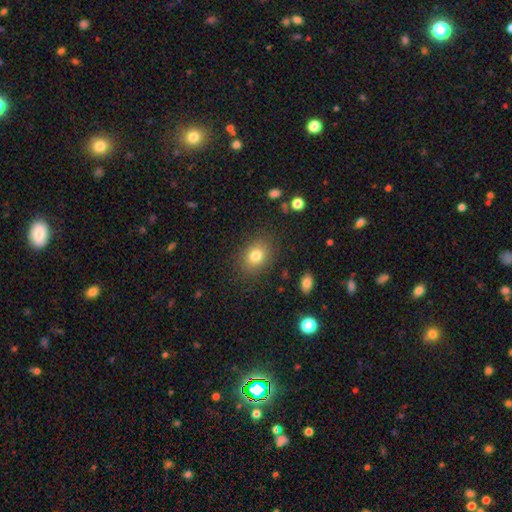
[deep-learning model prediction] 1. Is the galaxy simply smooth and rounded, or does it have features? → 80% smooth, 11% star or artifact, 9% featured or disk.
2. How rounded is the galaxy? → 51% in between, 48% round, 1% cigar-shaped.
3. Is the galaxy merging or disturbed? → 83% none, 11% minor disturbance, 4% major disturbance, 1% merger.